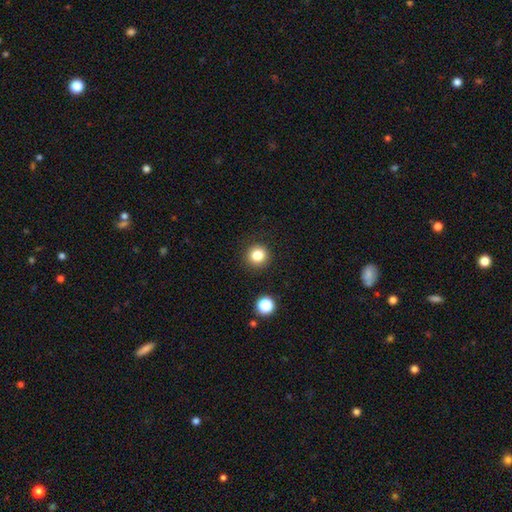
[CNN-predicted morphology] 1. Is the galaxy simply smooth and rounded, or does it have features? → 55% smooth, 38% star or artifact, 7% featured or disk.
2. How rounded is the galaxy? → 90% round, 9% in between, 1% cigar-shaped.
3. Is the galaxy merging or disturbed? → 87% none, 6% minor disturbance, 4% merger, 3% major disturbance.